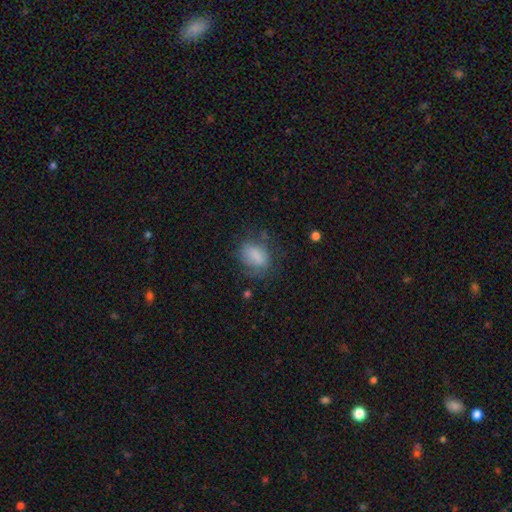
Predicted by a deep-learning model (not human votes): smooth 76%, featured or disk 15%, star or artifact 9%. Down the decision tree: how rounded — in between (74%); merging — none (54%).